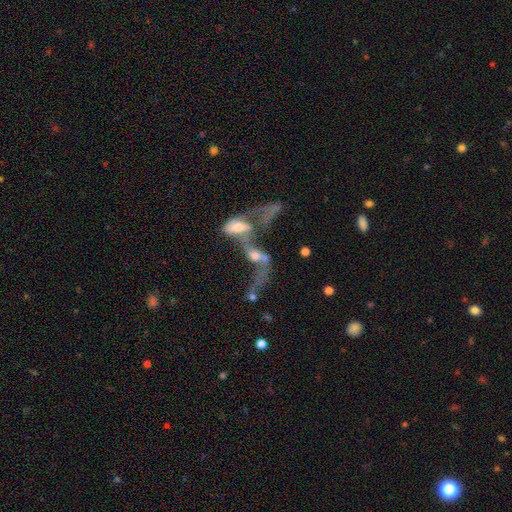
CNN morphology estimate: Overall: featured or disk (62%; smooth 27%). Edge-on disk: no (89%). Bar: no (64%; weak 26%). Spiral arms: yes (63%; no 37%). Bulge size: moderate (46%; small 23%). Merging: merger (77%).